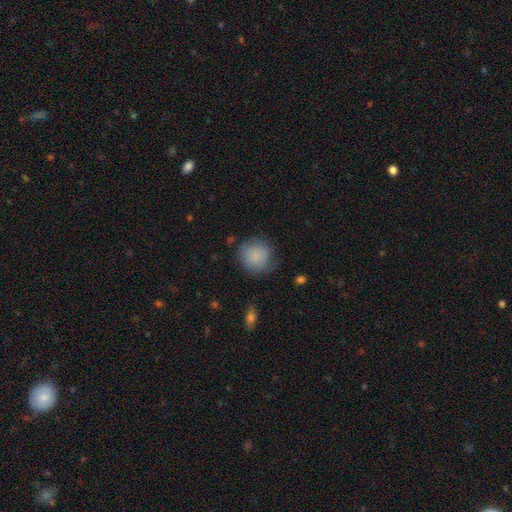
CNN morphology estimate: A smooth galaxy with no disk features (85%) that is round (91%). Merging: none (77%).